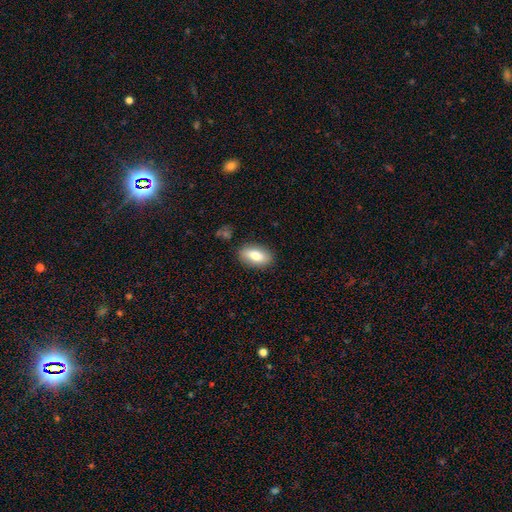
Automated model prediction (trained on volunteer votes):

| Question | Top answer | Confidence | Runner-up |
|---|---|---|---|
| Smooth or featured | smooth | 78% | featured or disk (15%) |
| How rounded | in between | 90% | round (5%) |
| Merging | none | 86% | minor disturbance (10%) |